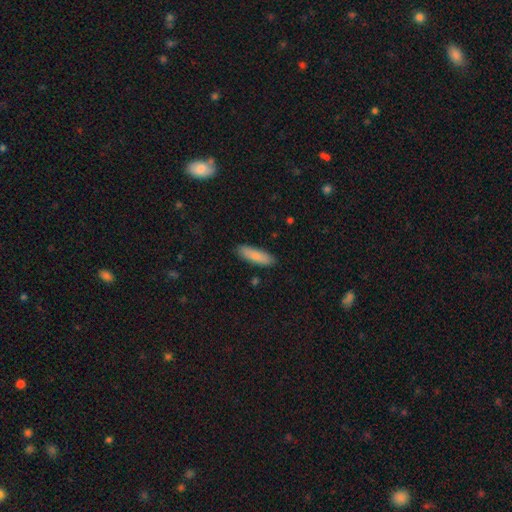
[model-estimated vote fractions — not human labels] Smooth or featured?
  - smooth: 83% *
  - featured or disk: 11%
  - star or artifact: 6%
How rounded?
  - cigar-shaped: 57% *
  - in between: 41%
  - round: 2%
Merging?
  - none: 88% *
  - minor disturbance: 9%
  - major disturbance: 2%
  - merger: 1%